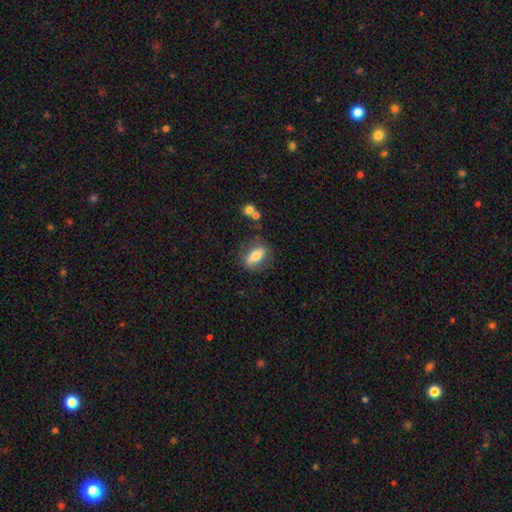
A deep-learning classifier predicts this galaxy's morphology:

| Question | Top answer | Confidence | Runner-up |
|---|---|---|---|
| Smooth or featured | smooth | 68% | featured or disk (25%) |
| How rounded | in between | 76% | cigar-shaped (15%) |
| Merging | none | 74% | minor disturbance (16%) |